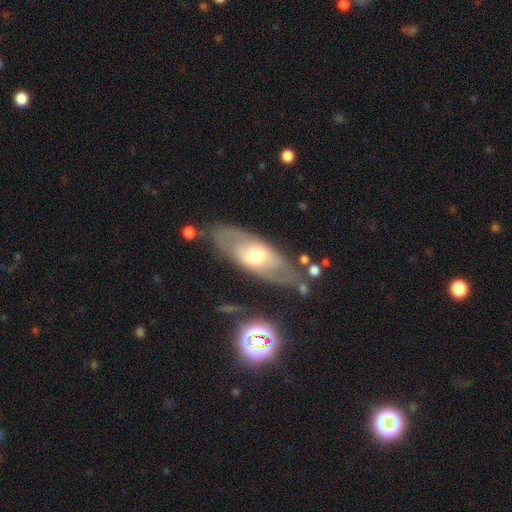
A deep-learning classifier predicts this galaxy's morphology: A featured or disk galaxy (58%).

Vote fractions:
- Smooth or featured? featured or disk: 58% / smooth: 35% / star or artifact: 8%
- Edge-on disk? no: 77% / yes: 23%
- Merging? none: 75% / minor disturbance: 15% / major disturbance: 6% / merger: 3%